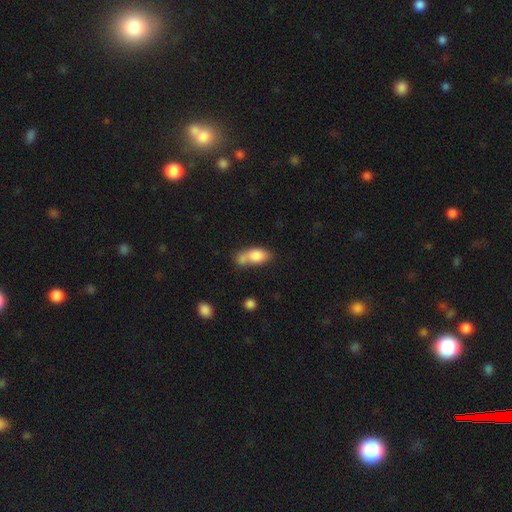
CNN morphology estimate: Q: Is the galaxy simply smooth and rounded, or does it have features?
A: smooth — 79%.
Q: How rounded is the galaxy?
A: in between — 82%.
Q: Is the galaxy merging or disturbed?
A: merger — 44%.